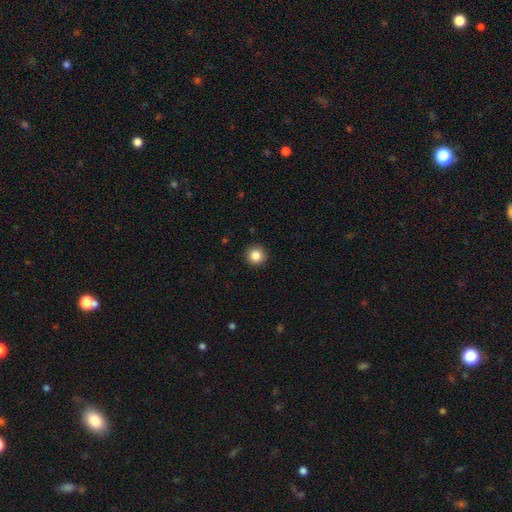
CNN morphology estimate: type=smooth (86%); roundness=round (95%); merging=none (92%).